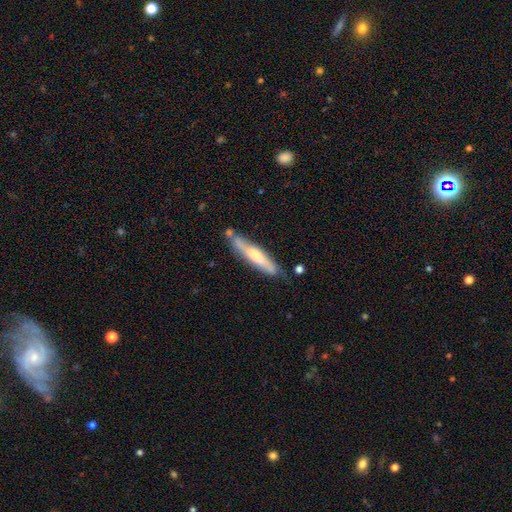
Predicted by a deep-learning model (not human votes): Smooth or featured?
  - smooth: 51% *
  - featured or disk: 43%
  - star or artifact: 6%
How rounded?
  - cigar-shaped: 88% *
  - in between: 11%
  - round: 1%
Merging?
  - none: 69% *
  - minor disturbance: 19%
  - merger: 7%
  - major disturbance: 4%